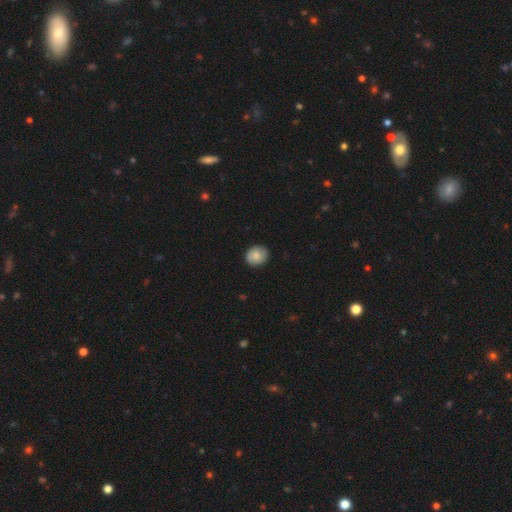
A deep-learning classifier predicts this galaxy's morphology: Smooth or featured: smooth — 75% (featured or disk — 18%)
How rounded: round — 68% (in between — 31%)
Merging: none — 85% (minor disturbance — 12%)